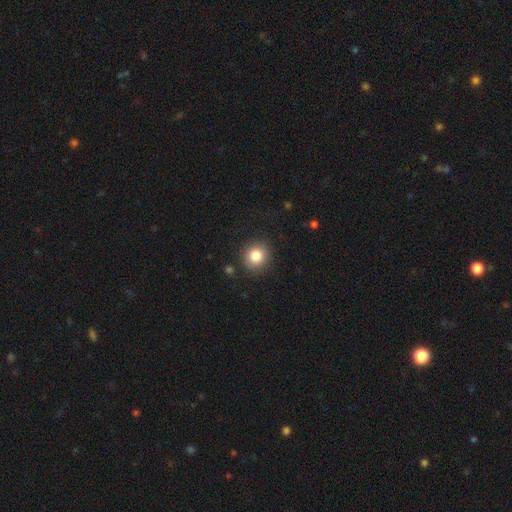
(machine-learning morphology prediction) Q: Smooth or featured?
A: smooth (83%); runner-up: star or artifact (10%)
Q: How rounded?
A: round (87%); runner-up: in between (12%)
Q: Merging?
A: none (87%); runner-up: minor disturbance (9%)